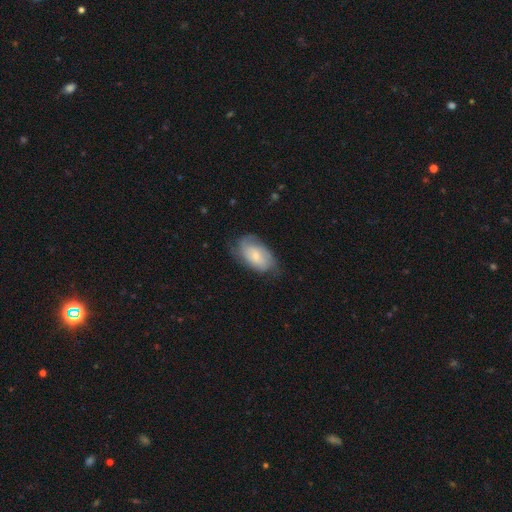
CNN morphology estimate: The model was most divided on "smooth or featured": featured or disk: 53%, smooth: 40%, star or artifact: 6%. More confident: edge-on disk — no (95%); spiral arms — yes (84%); bar — no (64%); merging — none (62%); bulge size — small (62%).